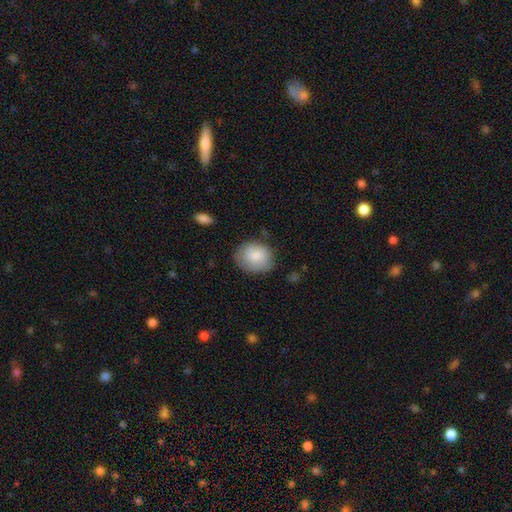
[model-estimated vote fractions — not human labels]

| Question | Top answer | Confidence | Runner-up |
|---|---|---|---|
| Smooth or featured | smooth | 83% | featured or disk (11%) |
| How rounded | round | 58% | in between (41%) |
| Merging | none | 72% | minor disturbance (21%) |